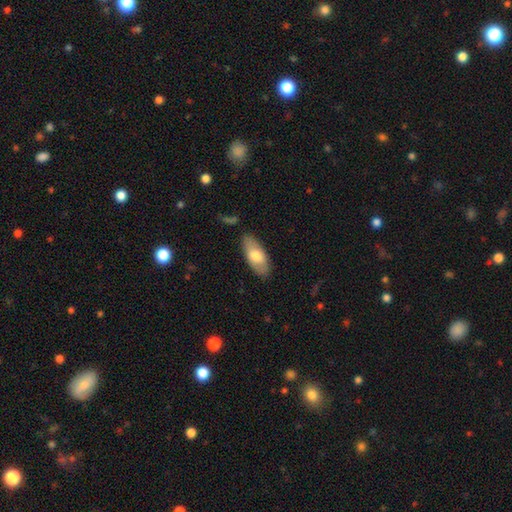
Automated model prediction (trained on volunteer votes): This is likely a smooth galaxy (71%). How rounded: clearly in between (85%). Merging: clearly none (83%).